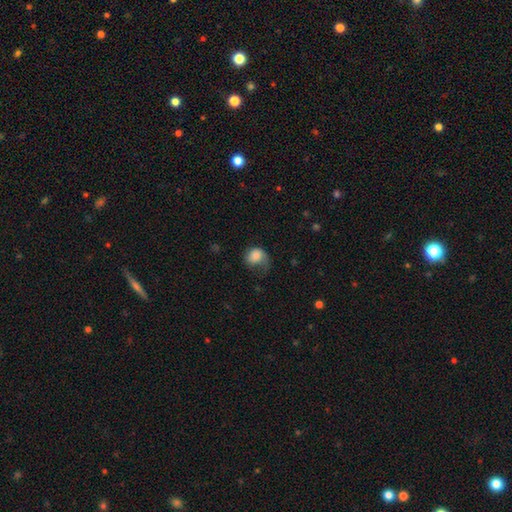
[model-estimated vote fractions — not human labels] Overall: smooth (76%). How rounded: round (55%; in between 44%). Merging: major disturbance (40%; minor disturbance 29%).